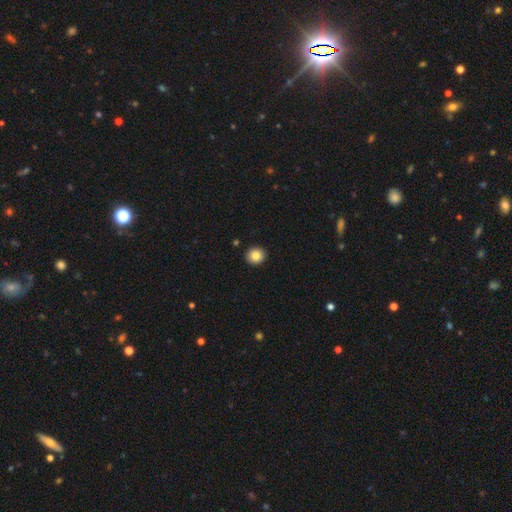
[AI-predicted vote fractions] A smooth galaxy with no disk features (86%) that is round (87%).

Vote fractions:
- Smooth or featured? smooth: 86% / star or artifact: 9% / featured or disk: 5%
- How rounded? round: 87% / in between: 13% / cigar-shaped: 1%
- Merging? none: 92% / minor disturbance: 5% / major disturbance: 2% / merger: 1%